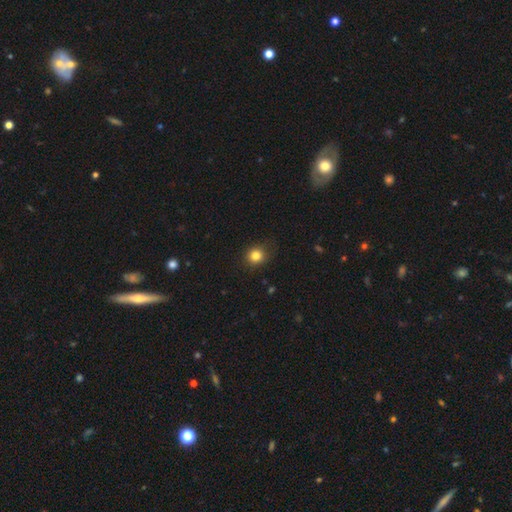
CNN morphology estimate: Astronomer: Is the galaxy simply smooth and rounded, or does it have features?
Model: smooth — 83%.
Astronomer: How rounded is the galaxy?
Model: round — 86%.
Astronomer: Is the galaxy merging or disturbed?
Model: none — 86%.